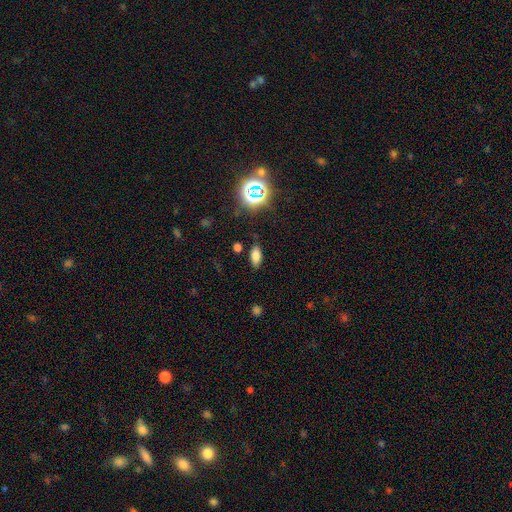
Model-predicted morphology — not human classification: This appears to be a smooth galaxy with no disk features (72%) that is in between round and cigar-shaped (86%). Merging: none (84%).